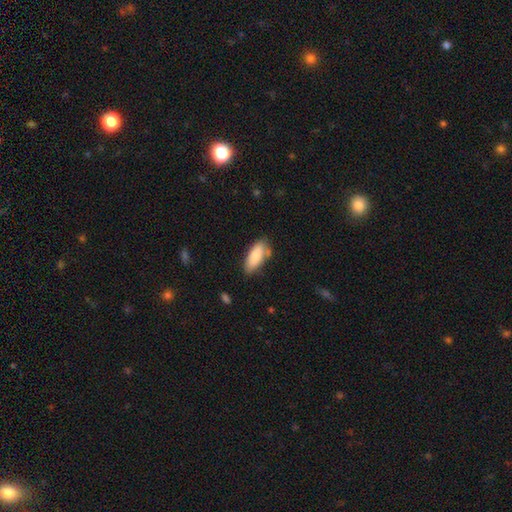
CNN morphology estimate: This appears to be a smooth galaxy with no disk features (84%) that is in between round and cigar-shaped (79%). Merging: none (71%).